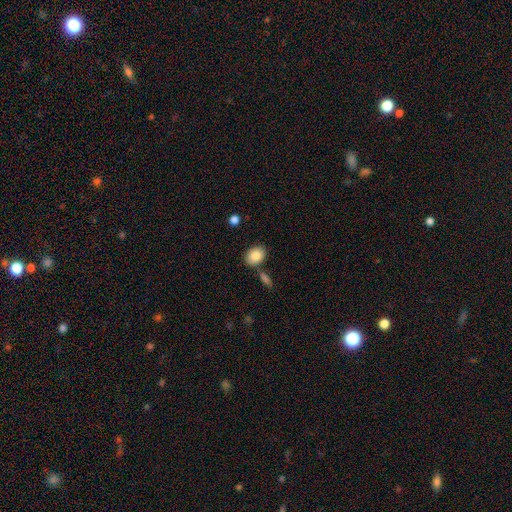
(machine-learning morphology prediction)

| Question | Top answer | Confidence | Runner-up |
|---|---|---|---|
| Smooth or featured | smooth | 86% | featured or disk (7%) |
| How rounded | in between | 73% | round (25%) |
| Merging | none | 76% | minor disturbance (12%) |